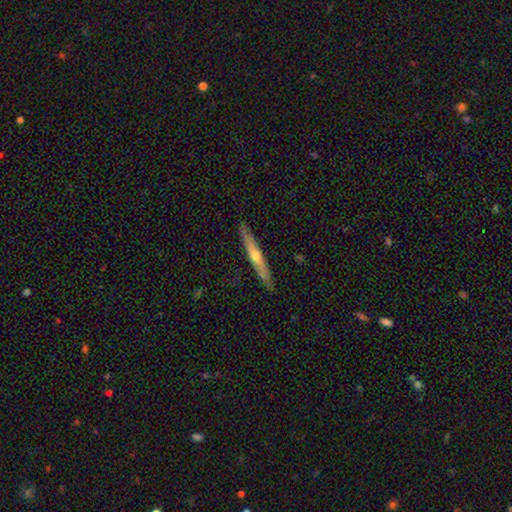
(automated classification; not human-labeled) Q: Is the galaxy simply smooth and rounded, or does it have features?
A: featured or disk — 67%.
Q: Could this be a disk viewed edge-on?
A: yes — 95%.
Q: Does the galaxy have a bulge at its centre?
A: rounded — 81%.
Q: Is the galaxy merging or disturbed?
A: none — 89%.